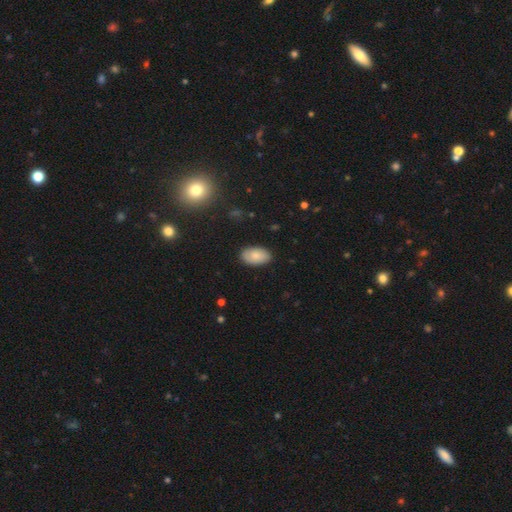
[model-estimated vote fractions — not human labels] Overall: smooth (78%). How rounded: in between (94%). Merging: none (84%).